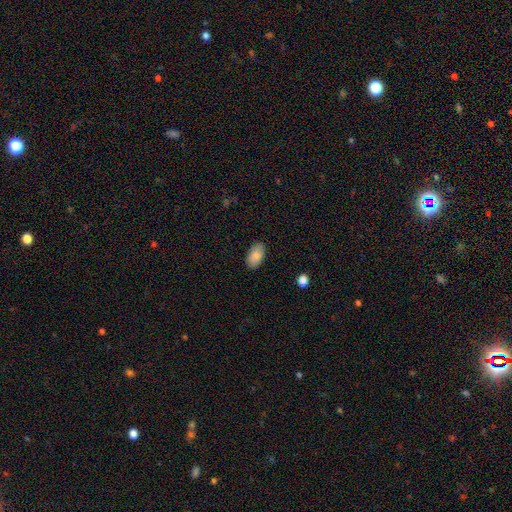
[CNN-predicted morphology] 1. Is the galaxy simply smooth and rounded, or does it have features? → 86% smooth, 7% featured or disk, 7% star or artifact.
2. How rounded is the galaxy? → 94% in between, 4% round, 1% cigar-shaped.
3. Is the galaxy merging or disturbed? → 87% none, 10% minor disturbance, 2% major disturbance, 1% merger.